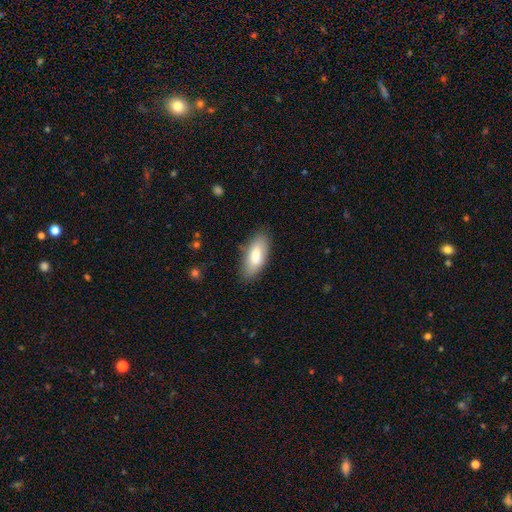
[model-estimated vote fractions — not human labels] The model was most divided on "how rounded": in between: 81%, cigar-shaped: 17%, round: 2%. More confident: merging — none (82%); smooth or featured — smooth (80%).